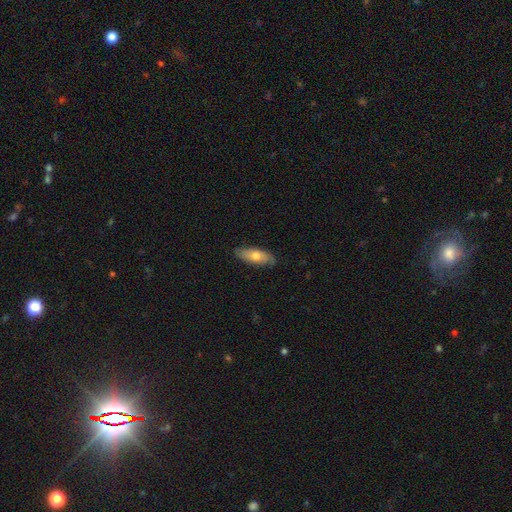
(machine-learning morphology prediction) Smooth or featured? Predicted: smooth (p=0.65). How rounded? Predicted: in between (p=0.67). Merging? Predicted: none (p=0.82).